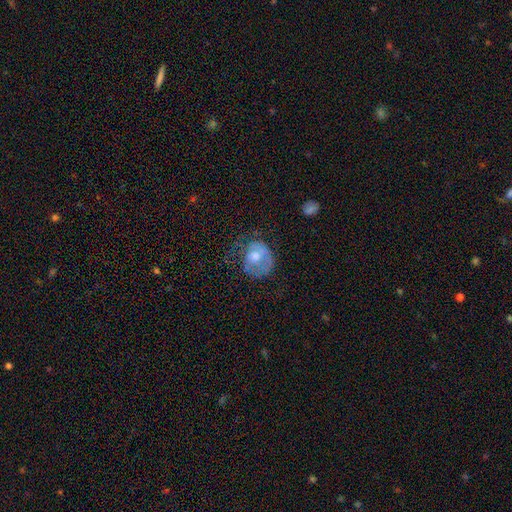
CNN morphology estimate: Q: Smooth or featured?
A: smooth (48%); runner-up: featured or disk (43%)
Q: Merging?
A: none (40%); runner-up: major disturbance (31%)